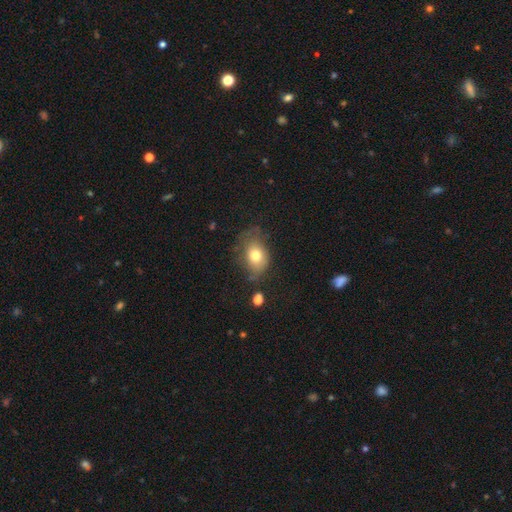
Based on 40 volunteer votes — Smooth or featured? smooth (70%)
How rounded? in between (54%)
Merging? none (45%)